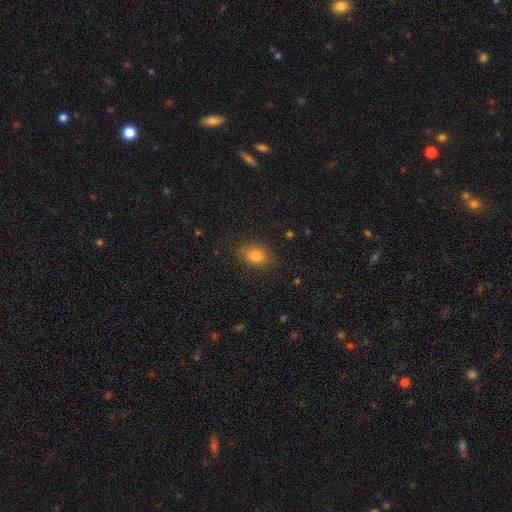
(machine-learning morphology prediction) Smooth or featured? smooth (81%)
How rounded? in between (73%)
Merging? none (81%)